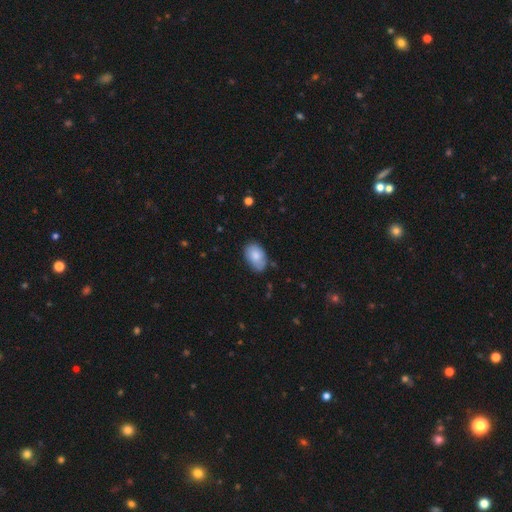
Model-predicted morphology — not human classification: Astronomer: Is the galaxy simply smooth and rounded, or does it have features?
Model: smooth — 83%.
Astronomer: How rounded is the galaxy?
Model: in between — 89%.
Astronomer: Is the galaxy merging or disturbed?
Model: none — 69%.